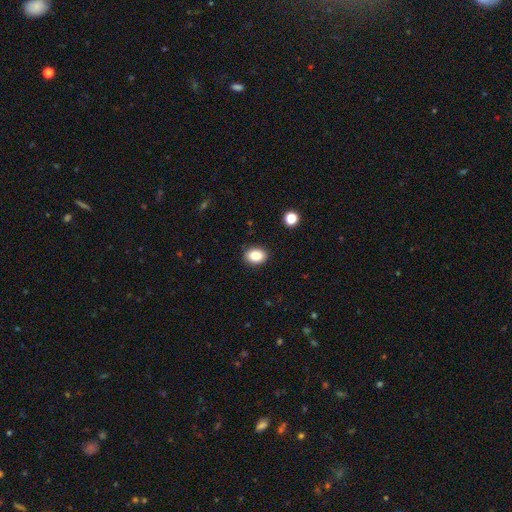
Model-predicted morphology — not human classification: smooth-or-featured: smooth: 88% | star or artifact: 9% | featured or disk: 4%
  how-rounded: in between: 74% | round: 25% | cigar-shaped: 1%
  merging: none: 89% | minor disturbance: 8% | major disturbance: 2% | merger: 1%